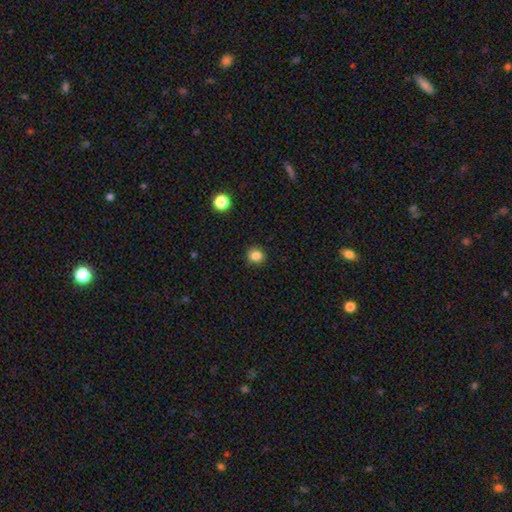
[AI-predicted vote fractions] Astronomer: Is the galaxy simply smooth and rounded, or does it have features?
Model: smooth — 84%.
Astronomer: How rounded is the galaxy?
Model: round — 83%.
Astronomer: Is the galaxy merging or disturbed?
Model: none — 88%.